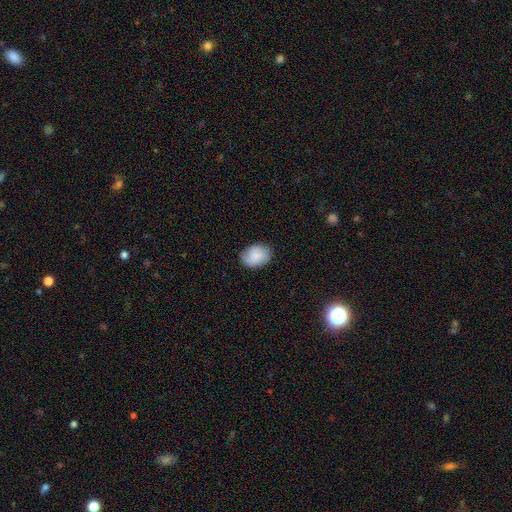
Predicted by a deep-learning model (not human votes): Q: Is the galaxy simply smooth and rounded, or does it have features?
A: smooth — 72%.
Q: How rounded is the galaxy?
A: in between — 67%.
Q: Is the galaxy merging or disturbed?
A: none — 74%.